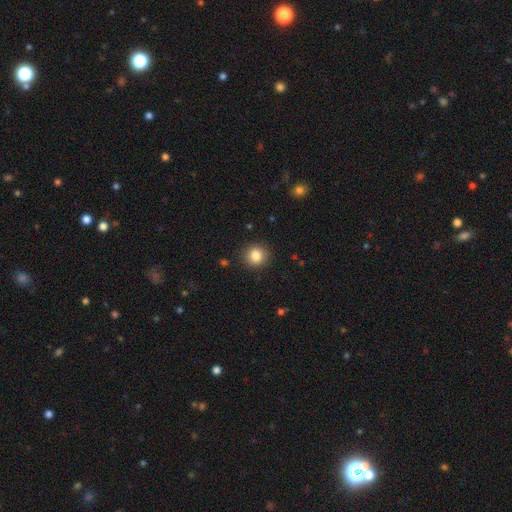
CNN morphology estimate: Smooth or featured? smooth (84%)
How rounded? round (89%)
Merging? none (90%)